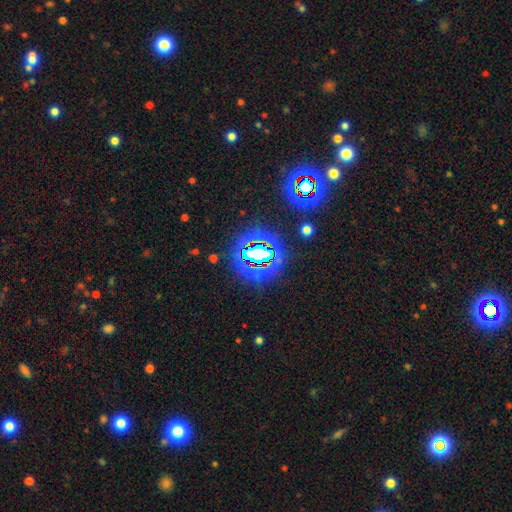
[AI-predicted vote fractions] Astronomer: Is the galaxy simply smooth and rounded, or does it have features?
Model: star or artifact — 81%.